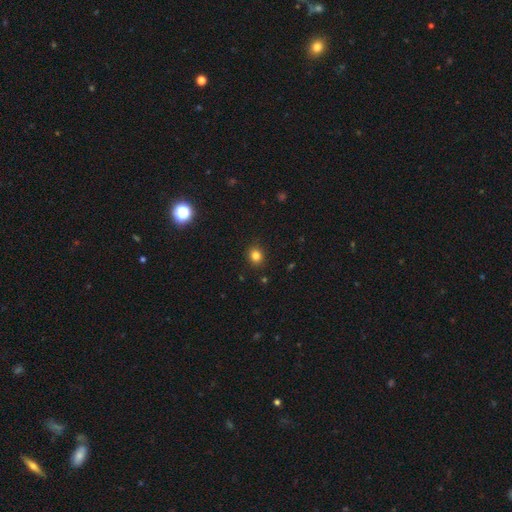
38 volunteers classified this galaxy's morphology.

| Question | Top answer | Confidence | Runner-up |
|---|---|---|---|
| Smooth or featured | smooth | 79% | featured or disk (13%) |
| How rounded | round | 70% | in between (30%) |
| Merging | none | 91% | minor disturbance (6%) |